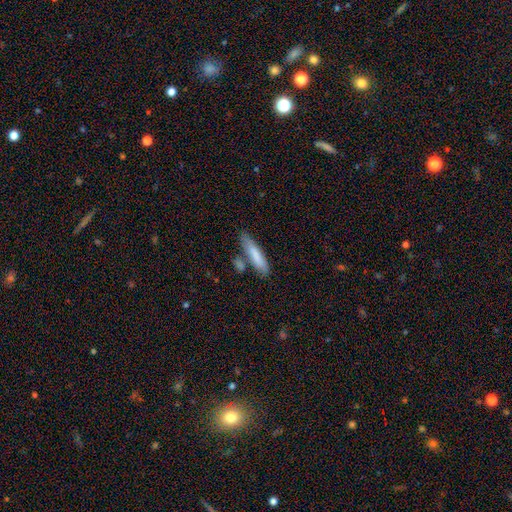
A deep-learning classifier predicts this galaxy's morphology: smooth 79%, featured or disk 16%, star or artifact 6%. Down the decision tree: how rounded — cigar-shaped (81%); merging — none (67%).